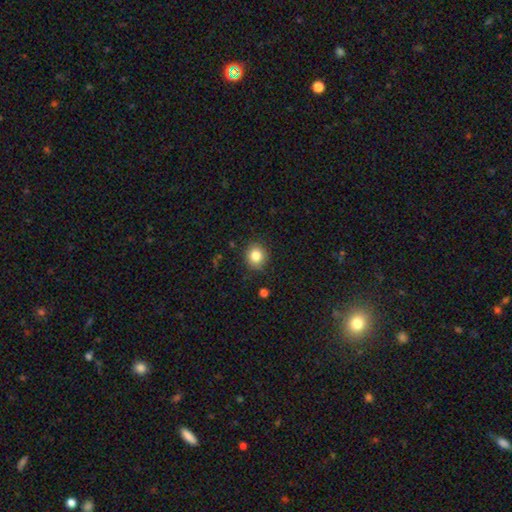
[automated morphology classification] Overall: smooth (83%). How rounded: round (83%). Merging: none (86%).